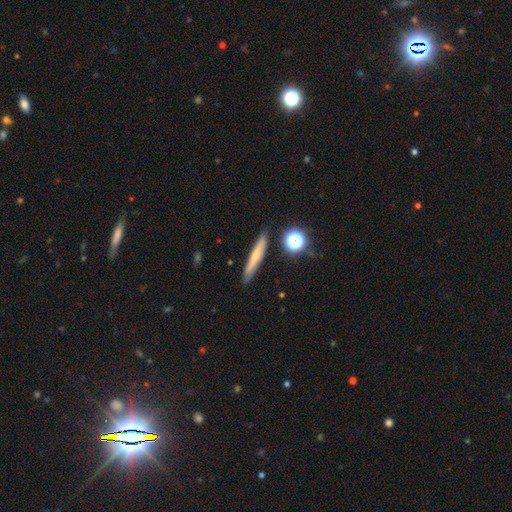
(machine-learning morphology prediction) smooth-or-featured: smooth: 52% | featured or disk: 39% | star or artifact: 10%
  how-rounded: cigar-shaped: 90% | in between: 6% | round: 4%
  merging: none: 87% | minor disturbance: 9% | merger: 2% | major disturbance: 2%